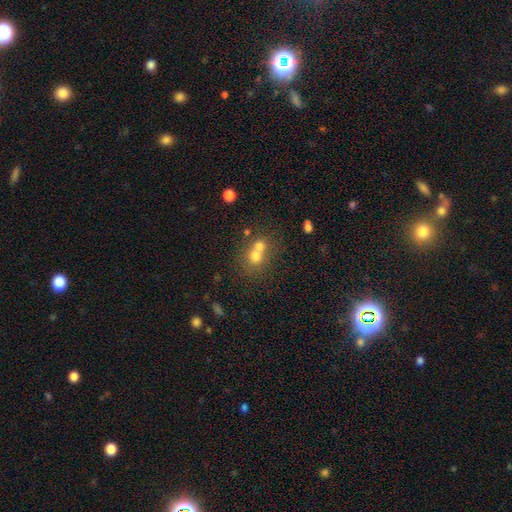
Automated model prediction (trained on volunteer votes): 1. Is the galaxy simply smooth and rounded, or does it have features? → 68% smooth, 17% featured or disk, 14% star or artifact.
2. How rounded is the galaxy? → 78% round, 21% in between, 1% cigar-shaped.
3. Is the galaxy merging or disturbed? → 61% merger, 30% none, 5% minor disturbance, 3% major disturbance.